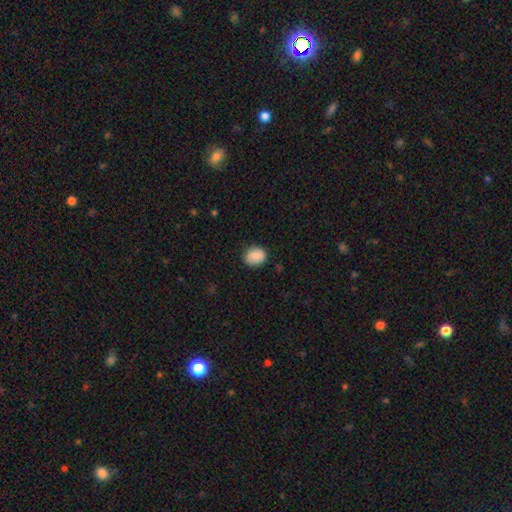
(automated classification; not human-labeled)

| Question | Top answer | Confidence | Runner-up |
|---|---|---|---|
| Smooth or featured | smooth | 84% | featured or disk (8%) |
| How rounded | round | 64% | in between (36%) |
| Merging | none | 80% | minor disturbance (15%) |